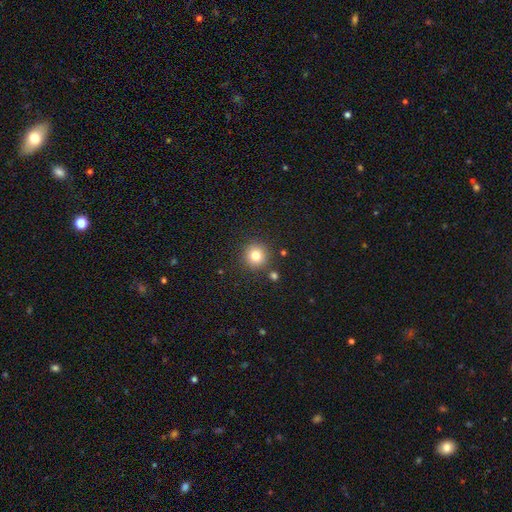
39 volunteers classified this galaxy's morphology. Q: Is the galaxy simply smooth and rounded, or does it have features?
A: smooth — 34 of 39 (87%).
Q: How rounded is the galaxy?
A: round — 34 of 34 (100%).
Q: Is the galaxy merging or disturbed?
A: none — 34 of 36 (94%).